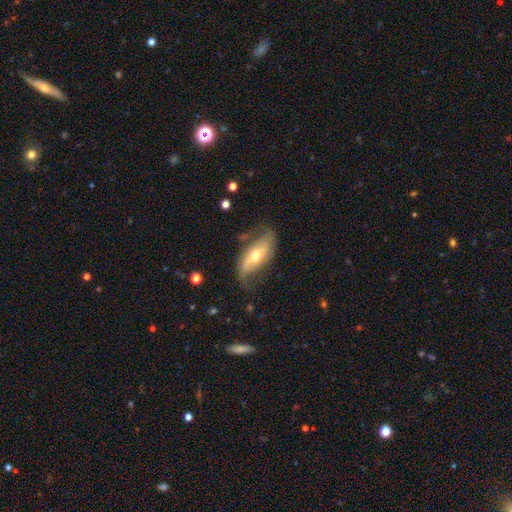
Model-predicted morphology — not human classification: Overall: featured or disk (67%). Edge-on disk: no (87%). Bar: no (47%; weak 32%). Spiral arms: yes (84%). Bulge size: moderate (61%; small 33%). Merging: none (59%; minor disturbance 26%).